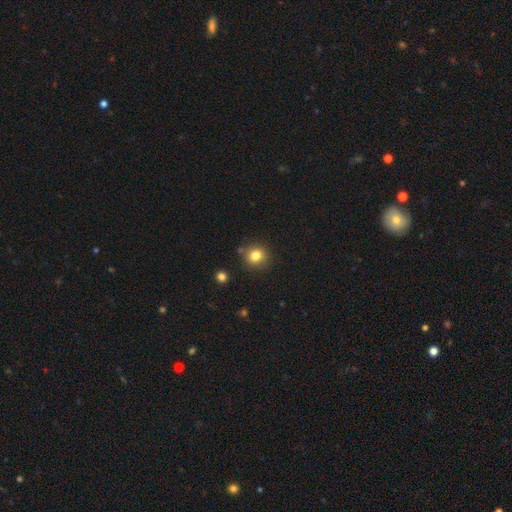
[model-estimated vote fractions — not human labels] Morphology: type=smooth (81%); roundness=round (83%); merging=none (84%).